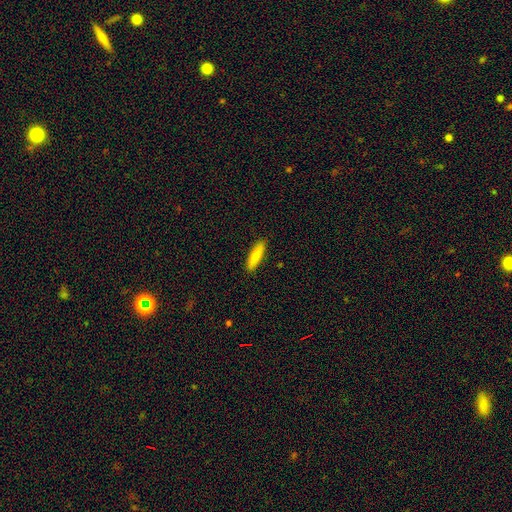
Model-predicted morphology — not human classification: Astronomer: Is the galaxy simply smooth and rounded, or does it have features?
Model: smooth — 79%.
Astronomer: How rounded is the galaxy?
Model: cigar-shaped — 74%.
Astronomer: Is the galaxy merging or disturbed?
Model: none — 90%.